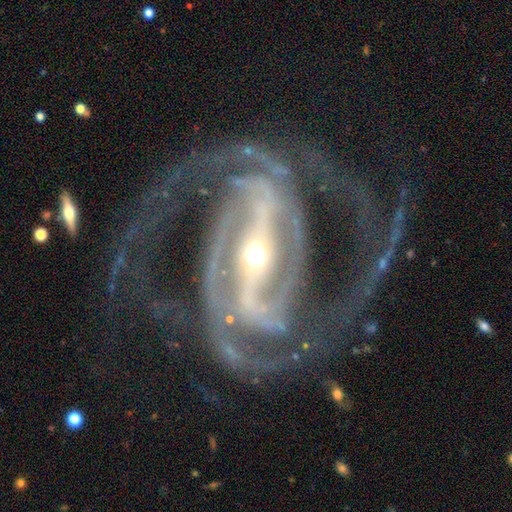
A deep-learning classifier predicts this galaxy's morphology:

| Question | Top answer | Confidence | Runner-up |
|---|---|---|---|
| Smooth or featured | featured or disk | 94% | star or artifact (4%) |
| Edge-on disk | no | 97% | yes (3%) |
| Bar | strong | 79% | weak (15%) |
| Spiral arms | yes | 98% | no (2%) |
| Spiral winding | medium | 53% | tight (34%) |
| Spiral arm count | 2 | 64% | 3 (17%) |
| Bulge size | small | 55% | moderate (40%) |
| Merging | none | 67% | major disturbance (17%) |